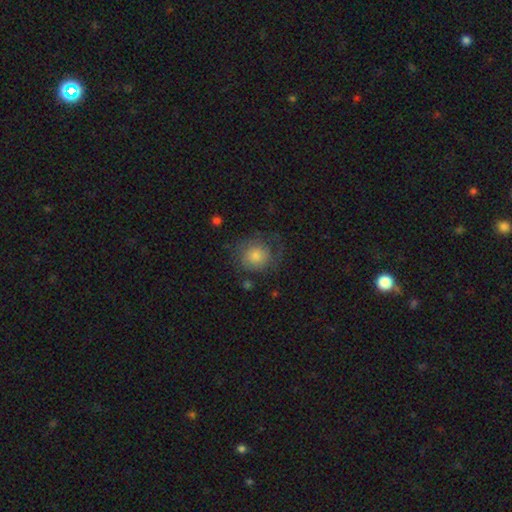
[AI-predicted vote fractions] Smooth or featured: smooth — 67% (featured or disk — 23%)
How rounded: round — 84% (in between — 15%)
Merging: none — 62% (minor disturbance — 21%)